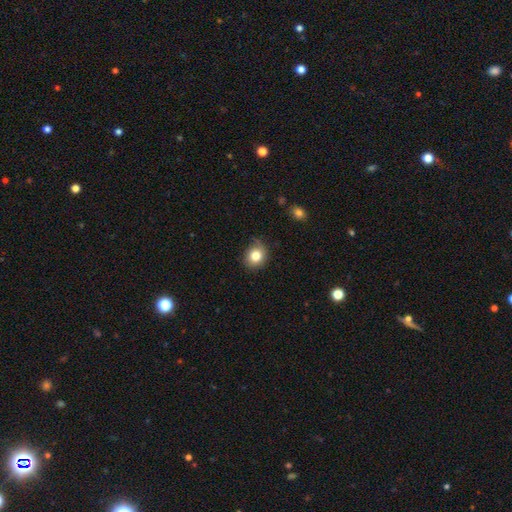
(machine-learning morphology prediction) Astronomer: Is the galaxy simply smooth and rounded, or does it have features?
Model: smooth — 81%.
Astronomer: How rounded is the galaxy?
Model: round — 67%.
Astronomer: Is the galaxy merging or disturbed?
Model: none — 74%.